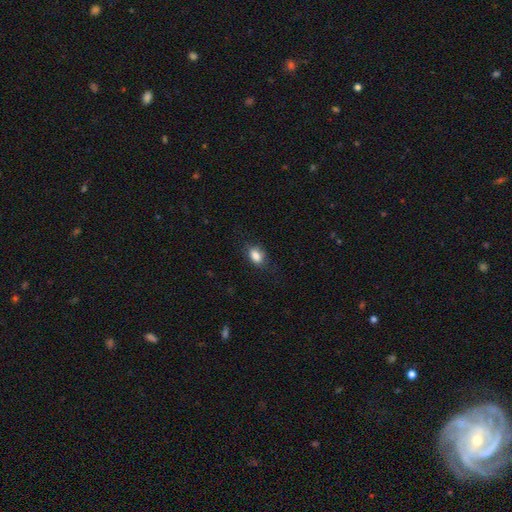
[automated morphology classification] This is clearly a smooth galaxy (84%). How rounded: clearly in between (85%). Merging: likely none (71%).